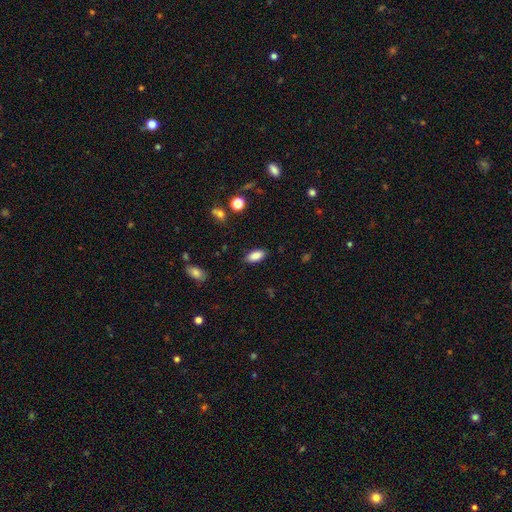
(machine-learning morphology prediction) This is clearly a smooth galaxy (86%). How rounded: clearly in between (87%). Merging: clearly none (86%).